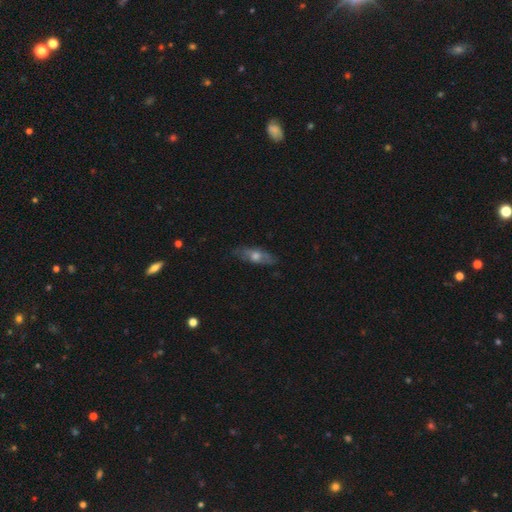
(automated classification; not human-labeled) Overall: featured or disk (49%; smooth 43%). Merging: none (78%).